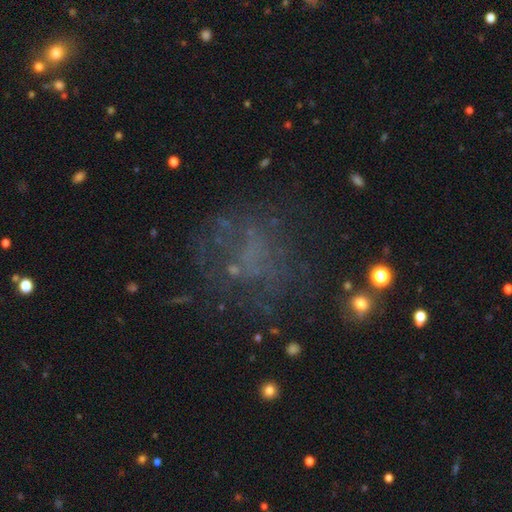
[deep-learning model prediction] Smooth or featured? star or artifact (37%)